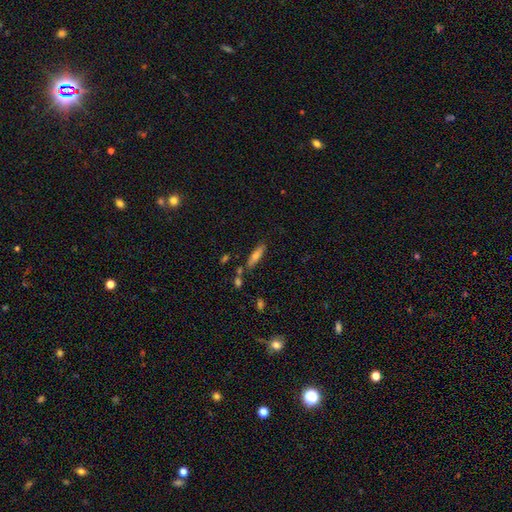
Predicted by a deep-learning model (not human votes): The model was most divided on "how rounded": cigar-shaped: 58%, in between: 39%, round: 2%. More confident: merging — none (71%); smooth or featured — smooth (68%).